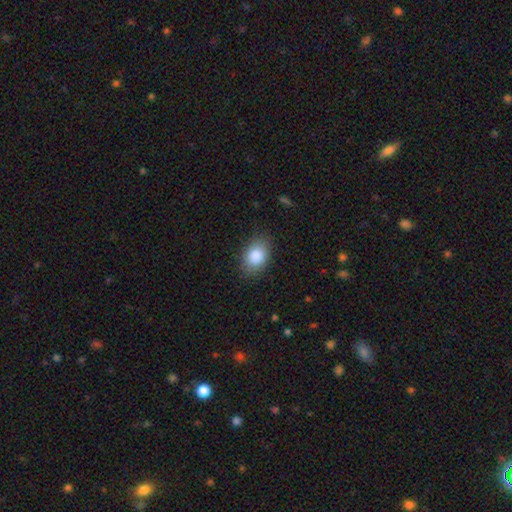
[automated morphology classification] type=smooth (87%); roundness=in between (77%); merging=none (82%).